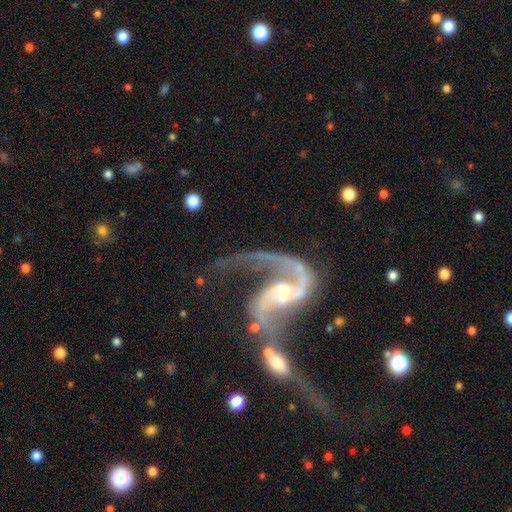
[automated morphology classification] Smooth or featured? Predicted: featured or disk (p=0.89). Edge-on disk? Predicted: no (p=0.96). Bar? Predicted: no (p=0.41). Spiral arms? Predicted: yes (p=0.95). Spiral winding? Predicted: loose (p=0.57). Spiral arm count? Predicted: 2 (p=0.72). Bulge size? Predicted: small (p=0.50). Merging? Predicted: merger (p=0.47).